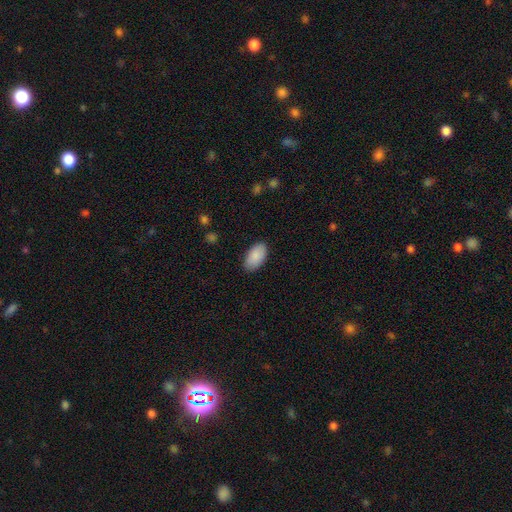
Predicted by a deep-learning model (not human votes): smooth-or-featured: smooth: 90% | star or artifact: 6% | featured or disk: 4%
  how-rounded: in between: 96% | round: 3% | cigar-shaped: 2%
  merging: none: 87% | minor disturbance: 10% | major disturbance: 2% | merger: 1%